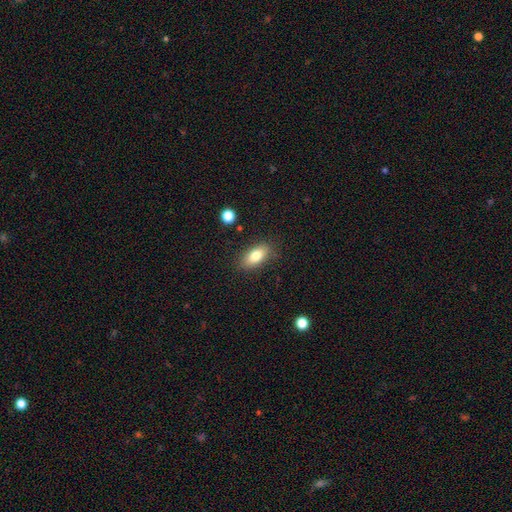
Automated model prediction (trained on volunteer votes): This is likely a smooth galaxy (78%). How rounded: clearly in between (86%). Merging: clearly none (85%).